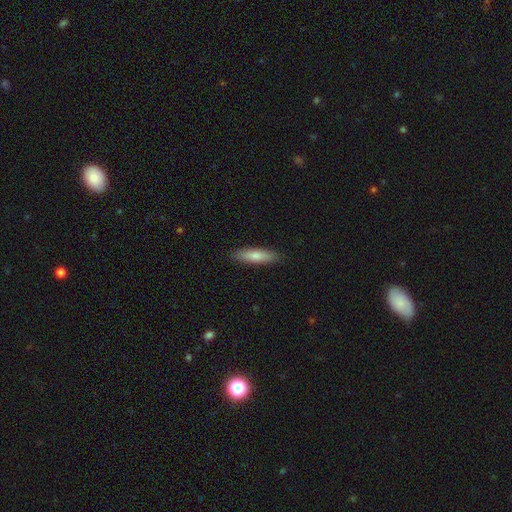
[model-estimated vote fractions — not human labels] Smooth or featured? Predicted: smooth (p=0.76). How rounded? Predicted: cigar-shaped (p=0.63). Merging? Predicted: none (p=0.89).